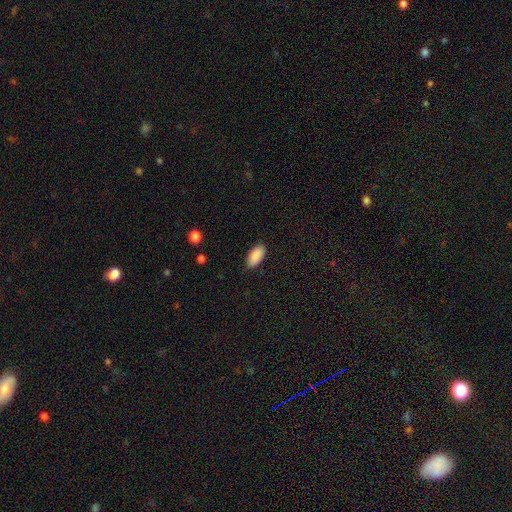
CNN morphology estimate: smooth_or_featured: smooth (p=0.90) [alt: star or artifact p=0.06]
how_rounded: in between (p=0.93) [alt: cigar-shaped p=0.05]
merging: none (p=0.87) [alt: minor disturbance p=0.10]